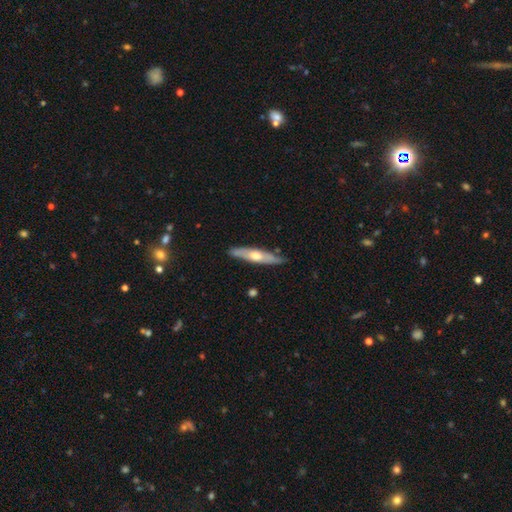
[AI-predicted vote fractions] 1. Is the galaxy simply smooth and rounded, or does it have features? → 56% featured or disk, 39% smooth, 6% star or artifact.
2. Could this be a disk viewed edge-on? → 81% yes, 19% no.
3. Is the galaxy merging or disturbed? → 85% none, 12% minor disturbance, 2% major disturbance, 1% merger.